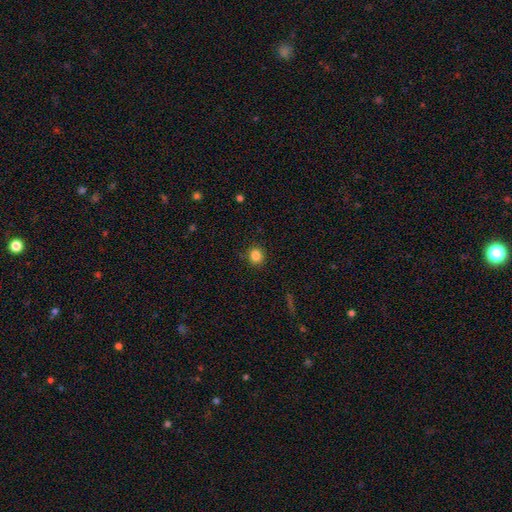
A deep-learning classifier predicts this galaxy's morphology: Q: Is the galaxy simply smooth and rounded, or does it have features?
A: smooth — 84%.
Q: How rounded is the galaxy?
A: round — 89%.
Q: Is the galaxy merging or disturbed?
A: none — 90%.